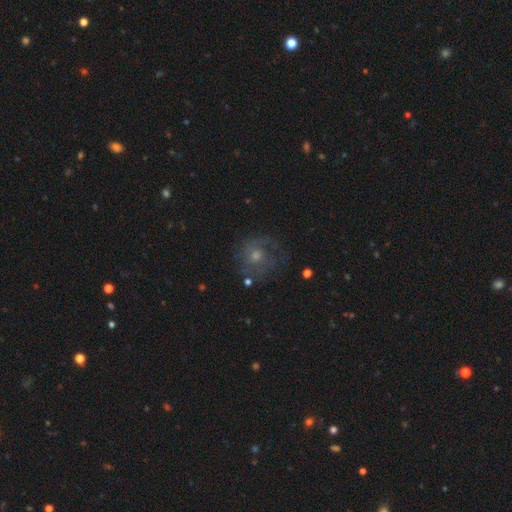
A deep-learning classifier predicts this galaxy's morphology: A featured or disk galaxy (54%) with no bar (78%), spiral arms (67%) and a moderate central bulge (52%).

Vote fractions:
- Smooth or featured? featured or disk: 54% / smooth: 33% / star or artifact: 13%
- Edge-on disk? no: 97% / yes: 3%
- Bar? no: 78% / weak: 19% / strong: 3%
- Spiral arms? yes: 67% / no: 33%
- Bulge size? moderate: 52% / small: 38% / large: 5% / none: 4% / dominant: 1%
- Merging? none: 57% / major disturbance: 20% / minor disturbance: 20% / merger: 3%